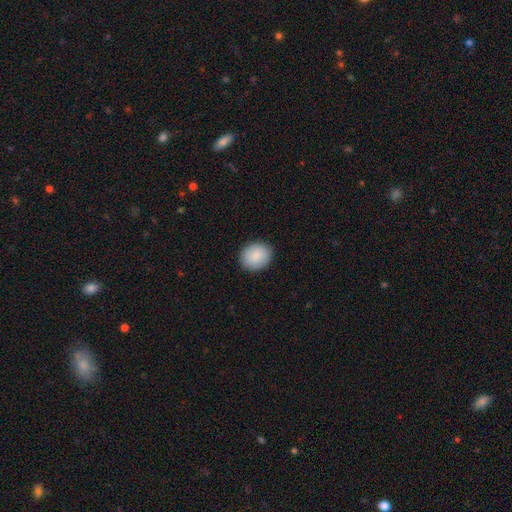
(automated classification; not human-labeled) This is clearly a smooth galaxy (88%). How rounded: likely round (62%). Merging: clearly none (89%).